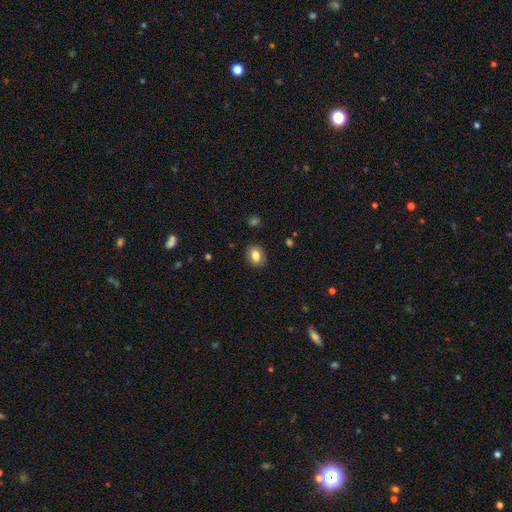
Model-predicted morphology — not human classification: smooth_or_featured: smooth (p=0.82) [alt: featured or disk p=0.09]
how_rounded: in between (p=0.57) [alt: round p=0.42]
merging: none (p=0.88) [alt: minor disturbance p=0.09]